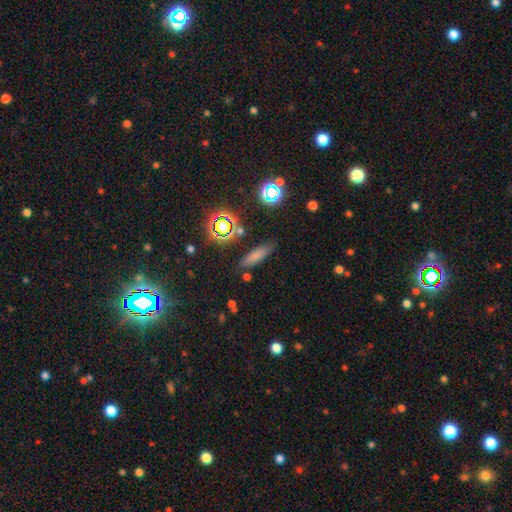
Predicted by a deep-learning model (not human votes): Overall: smooth (70%). How rounded: cigar-shaped (64%; in between 31%). Merging: none (82%).